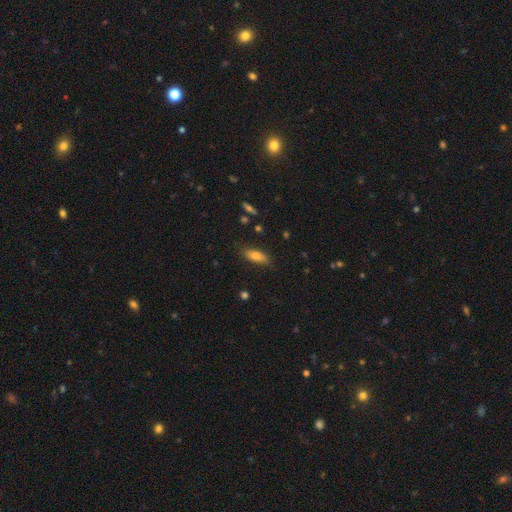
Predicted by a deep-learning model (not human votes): Smooth or featured: smooth — 80% (featured or disk — 12%)
How rounded: in between — 69% (cigar-shaped — 28%)
Merging: none — 82% (minor disturbance — 14%)